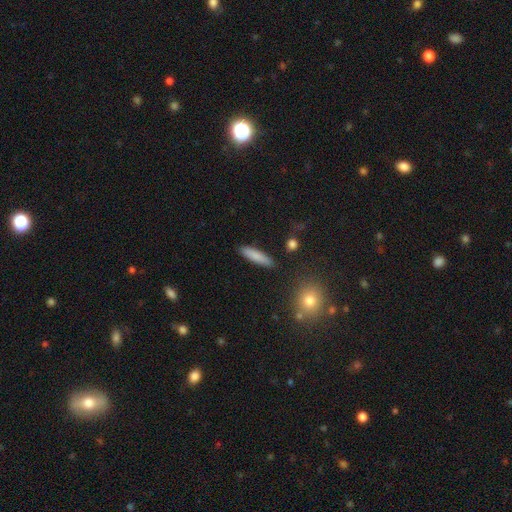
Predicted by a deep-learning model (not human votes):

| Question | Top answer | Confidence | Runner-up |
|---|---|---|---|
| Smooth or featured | smooth | 83% | featured or disk (10%) |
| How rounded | cigar-shaped | 77% | in between (21%) |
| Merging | none | 88% | minor disturbance (8%) |